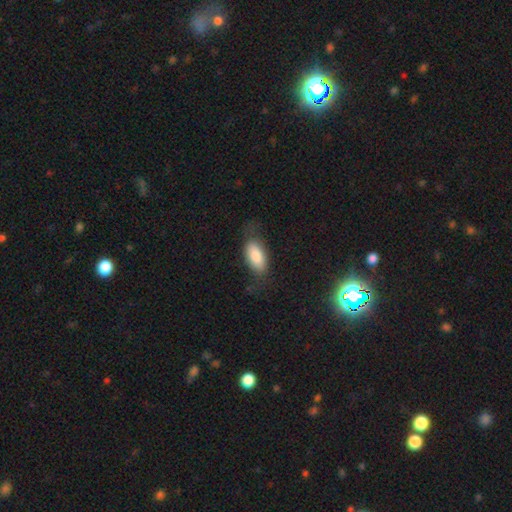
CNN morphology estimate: smooth 80%, featured or disk 12%, star or artifact 7%. Down the decision tree: how rounded — in between (90%); merging — none (61%).